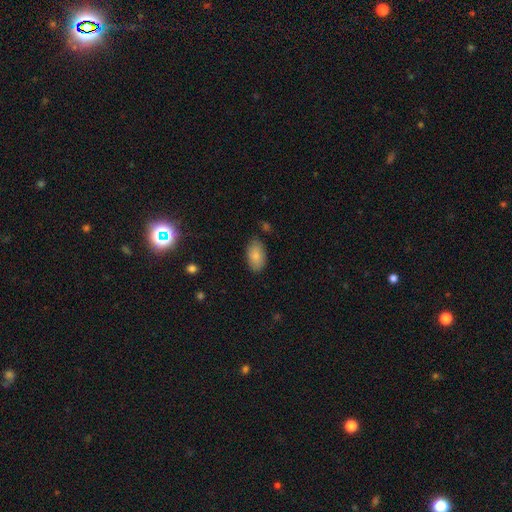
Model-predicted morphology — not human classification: Smooth or featured: smooth — 86% (featured or disk — 8%)
How rounded: in between — 93% (round — 5%)
Merging: none — 83% (minor disturbance — 13%)